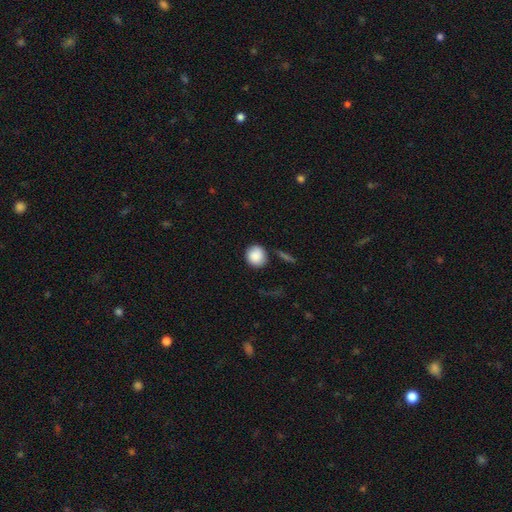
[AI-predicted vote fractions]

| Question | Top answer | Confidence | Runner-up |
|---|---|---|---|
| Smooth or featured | smooth | 88% | star or artifact (8%) |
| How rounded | round | 87% | in between (12%) |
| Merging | none | 78% | minor disturbance (14%) |